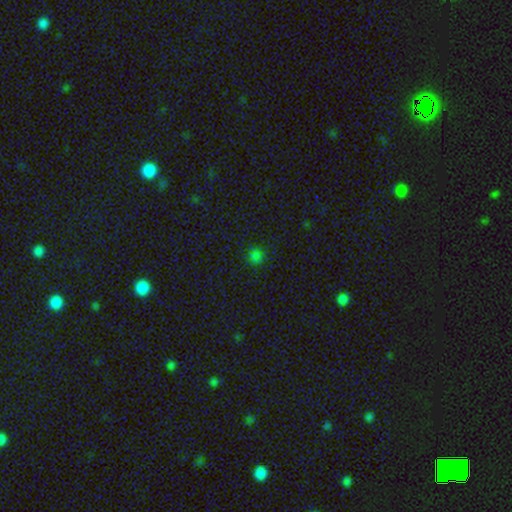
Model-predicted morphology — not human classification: Smooth or featured? Predicted: smooth (p=0.62). How rounded? Predicted: round (p=0.86). Merging? Predicted: none (p=0.85).